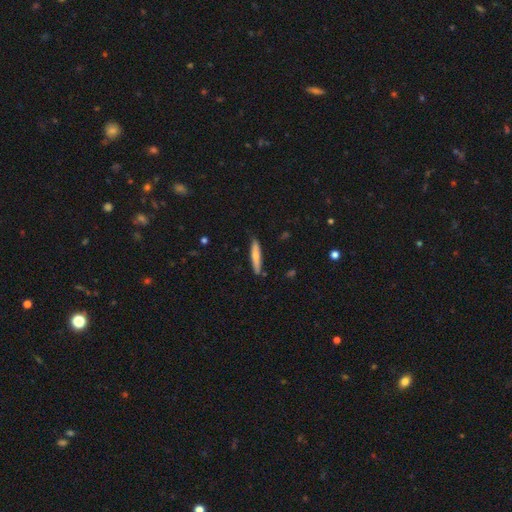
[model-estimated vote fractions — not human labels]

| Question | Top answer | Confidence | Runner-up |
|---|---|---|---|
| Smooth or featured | smooth | 67% | featured or disk (27%) |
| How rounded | cigar-shaped | 90% | in between (9%) |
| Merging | none | 82% | minor disturbance (14%) |